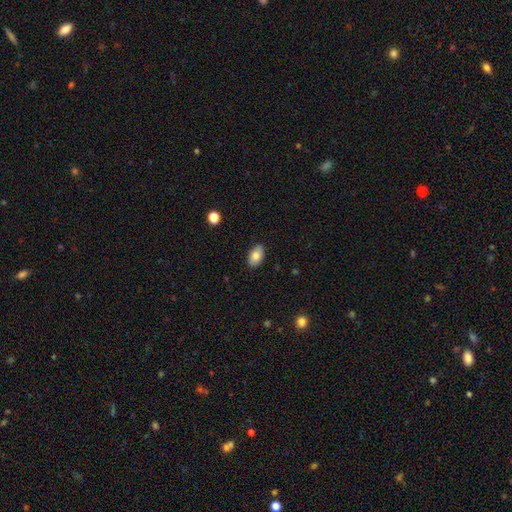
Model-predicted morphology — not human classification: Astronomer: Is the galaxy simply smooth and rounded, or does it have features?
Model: smooth — 81%.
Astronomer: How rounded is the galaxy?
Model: in between — 92%.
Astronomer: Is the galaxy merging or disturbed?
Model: none — 86%.